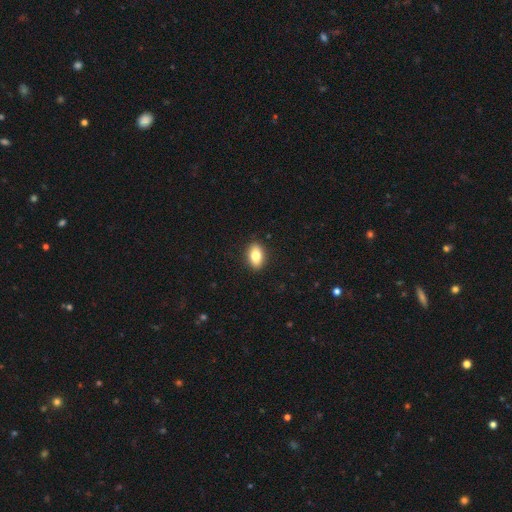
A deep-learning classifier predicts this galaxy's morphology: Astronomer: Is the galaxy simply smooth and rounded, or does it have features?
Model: smooth — 81%.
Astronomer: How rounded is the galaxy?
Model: in between — 87%.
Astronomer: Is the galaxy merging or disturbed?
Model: none — 90%.